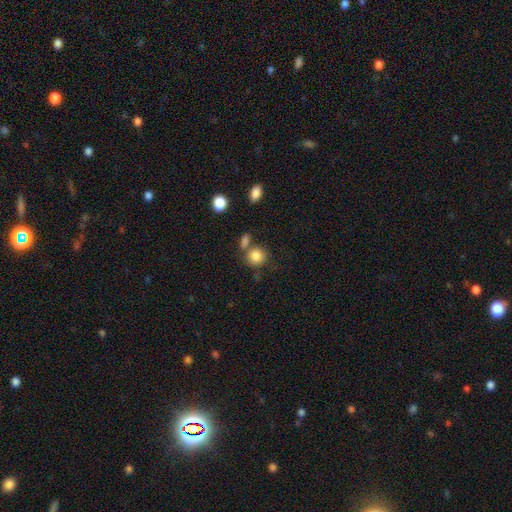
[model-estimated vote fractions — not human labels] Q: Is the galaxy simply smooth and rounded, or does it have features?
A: smooth — 84%.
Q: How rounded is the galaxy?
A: round — 83%.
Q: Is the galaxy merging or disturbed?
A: none — 64%.